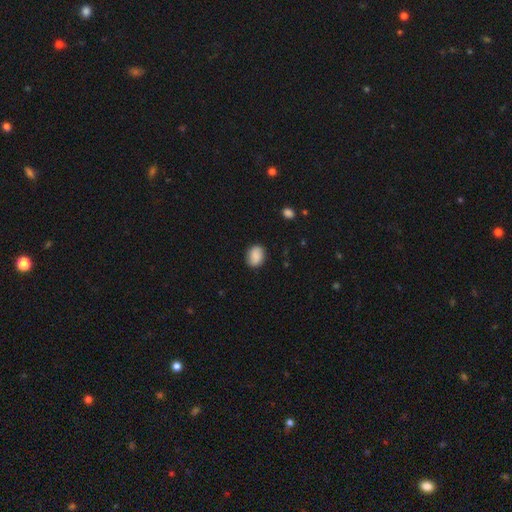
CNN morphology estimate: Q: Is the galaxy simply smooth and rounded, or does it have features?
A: smooth — 87%.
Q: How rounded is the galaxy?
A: in between — 62%.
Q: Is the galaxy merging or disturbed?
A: none — 86%.